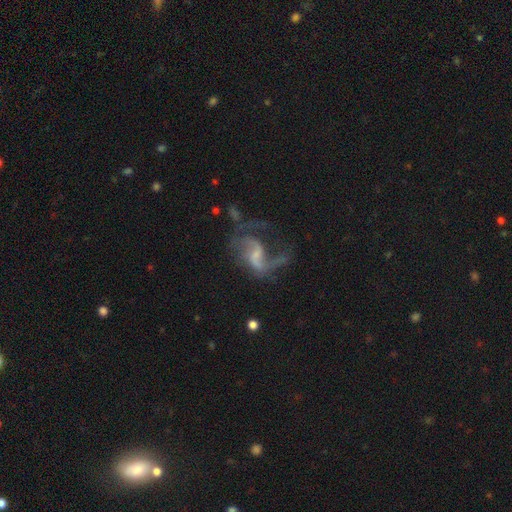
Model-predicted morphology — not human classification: Q: Smooth or featured?
A: featured or disk (77%); runner-up: smooth (12%)
Q: Edge-on disk?
A: no (97%); runner-up: yes (3%)
Q: Bar?
A: weak (48%); runner-up: no (35%)
Q: Spiral arms?
A: yes (83%); runner-up: no (17%)
Q: Spiral winding?
A: loose (63%); runner-up: medium (30%)
Q: Spiral arm count?
A: 2 (63%); runner-up: 1 (20%)
Q: Bulge size?
A: small (45%); runner-up: none (31%)
Q: Merging?
A: major disturbance (40%); runner-up: none (37%)